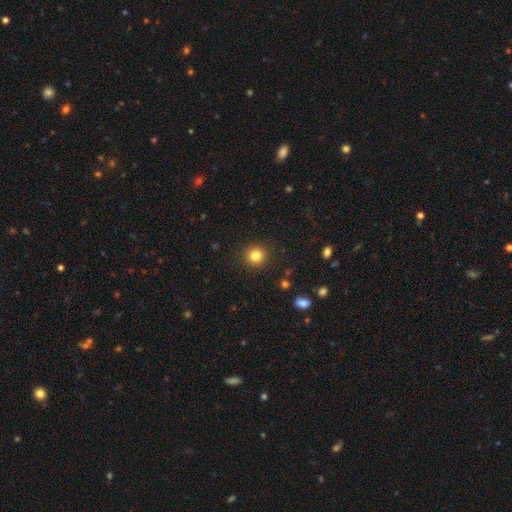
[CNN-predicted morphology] The model was most divided on "smooth or featured": smooth: 82%, star or artifact: 12%, featured or disk: 6%. More confident: how rounded — round (94%); merging — none (91%).